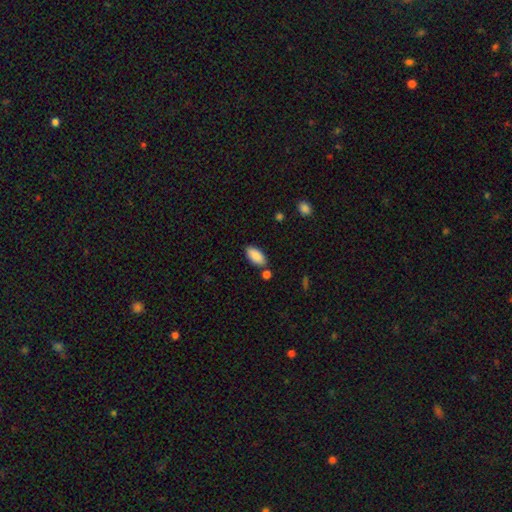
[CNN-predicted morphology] type=smooth (89%); roundness=in between (92%); merging=none (78%).